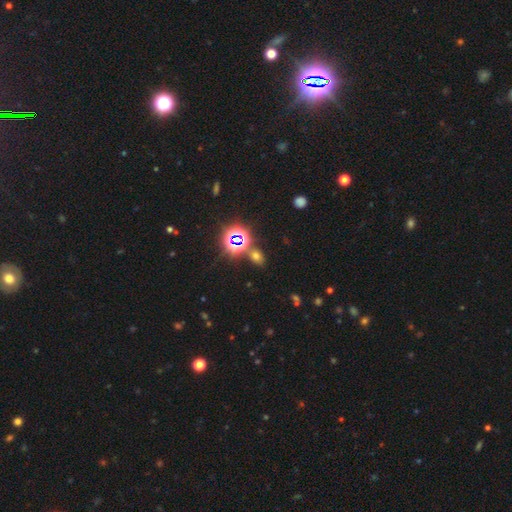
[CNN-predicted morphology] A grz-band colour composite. It shows a smooth galaxy with no disk features (53%) that is in between round and cigar-shaped (62%). Merging: none (75%).